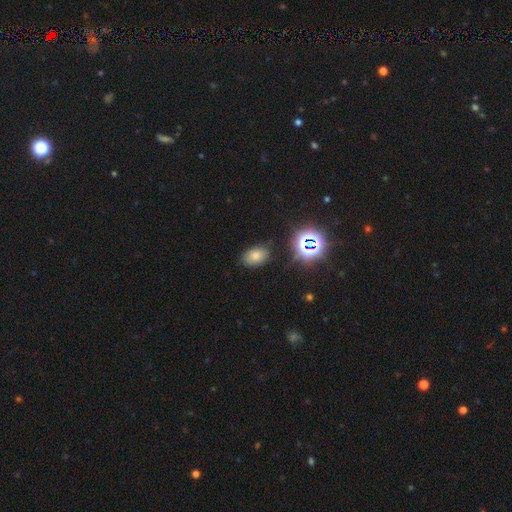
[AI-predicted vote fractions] smooth_or_featured: smooth (p=0.64) [alt: star or artifact p=0.26]
how_rounded: in between (p=0.81) [alt: round p=0.18]
merging: none (p=0.83) [alt: minor disturbance p=0.11]